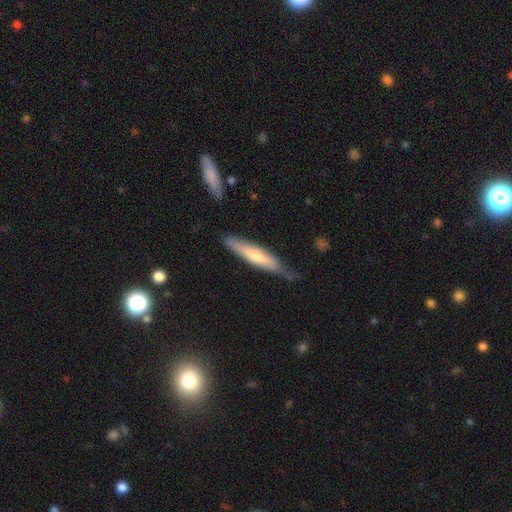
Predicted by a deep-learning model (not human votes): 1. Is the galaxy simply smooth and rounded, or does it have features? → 49% featured or disk, 43% smooth, 8% star or artifact.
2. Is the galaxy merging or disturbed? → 78% none, 17% minor disturbance, 3% major disturbance, 2% merger.